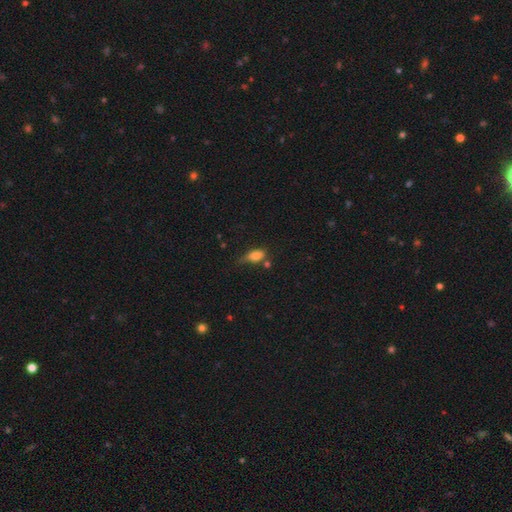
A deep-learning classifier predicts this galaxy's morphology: Smooth or featured? smooth (78%)
How rounded? in between (81%)
Merging? none (41%)